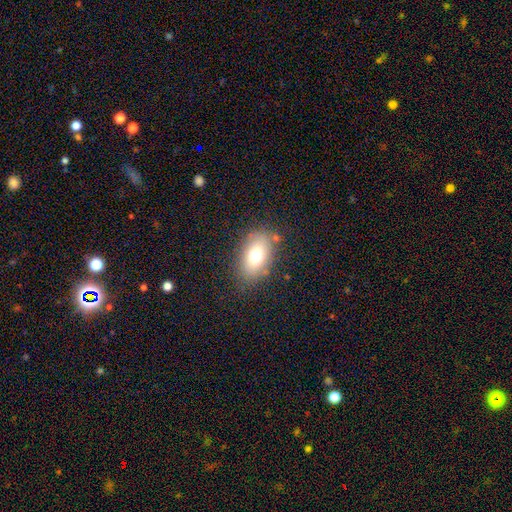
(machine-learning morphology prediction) The model was most divided on "smooth or featured": smooth: 72%, featured or disk: 17%, star or artifact: 10%. More confident: how rounded — in between (87%); merging — none (79%).